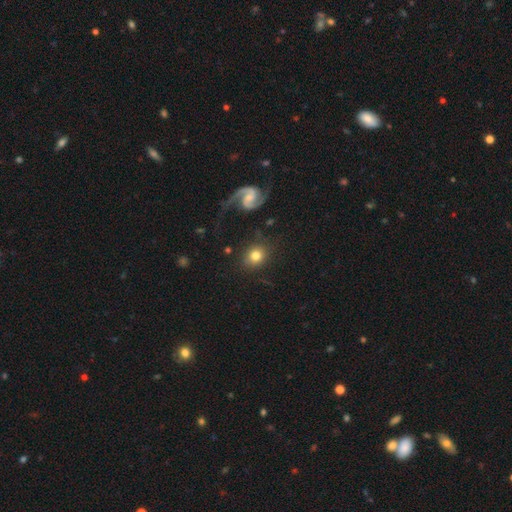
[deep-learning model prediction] Smooth or featured? smooth (69%)
How rounded? round (77%)
Merging? none (81%)